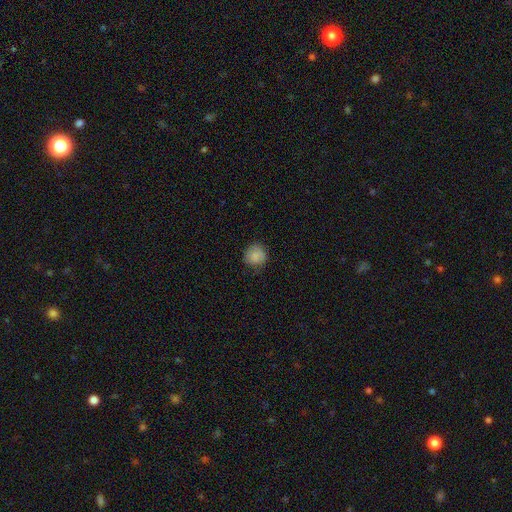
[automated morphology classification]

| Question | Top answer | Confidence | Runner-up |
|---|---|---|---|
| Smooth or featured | smooth | 85% | star or artifact (8%) |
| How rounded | round | 89% | in between (10%) |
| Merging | none | 78% | minor disturbance (17%) |